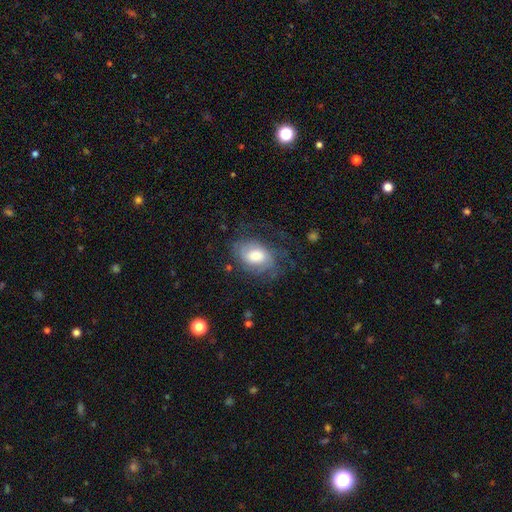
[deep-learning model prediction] Smooth or featured?
  - featured or disk: 59% *
  - smooth: 33%
  - star or artifact: 8%
Edge-on disk?
  - no: 96% *
  - yes: 4%
Bar?
  - no: 65% *
  - weak: 29%
  - strong: 5%
Spiral arms?
  - yes: 81% *
  - no: 19%
Bulge size?
  - moderate: 49% *
  - large: 33%
  - small: 12%
  - dominant: 4%
  - none: 2%
Merging?
  - none: 56% *
  - major disturbance: 22%
  - minor disturbance: 21%
  - merger: 1%